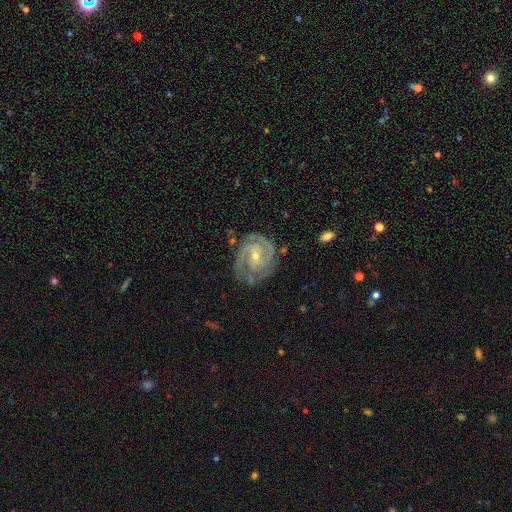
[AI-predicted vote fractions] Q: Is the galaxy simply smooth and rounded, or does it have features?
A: featured or disk — 91%.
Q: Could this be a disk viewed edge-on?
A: no — 98%.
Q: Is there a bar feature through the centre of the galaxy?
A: no — 52%.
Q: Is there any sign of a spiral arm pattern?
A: yes — 98%.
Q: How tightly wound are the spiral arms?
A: tight — 68%.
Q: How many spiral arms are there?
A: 2 — 53%.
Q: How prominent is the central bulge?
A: small — 70%.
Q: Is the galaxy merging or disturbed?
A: none — 76%.